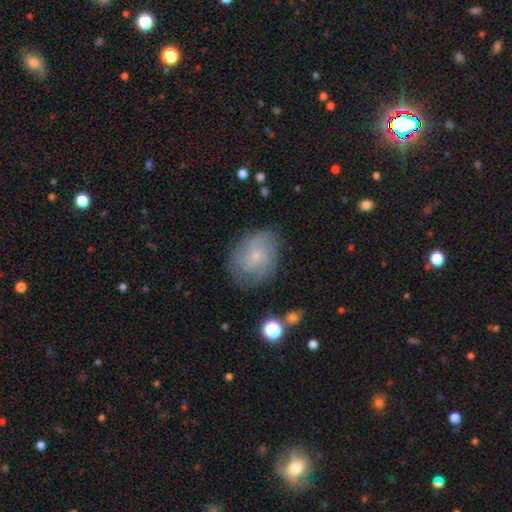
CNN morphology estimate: Smooth or featured?
  - featured or disk: 55% *
  - smooth: 35%
  - star or artifact: 10%
Edge-on disk?
  - no: 97% *
  - yes: 3%
Bar?
  - no: 74% *
  - weak: 23%
  - strong: 3%
Spiral arms?
  - yes: 80% *
  - no: 20%
Bulge size?
  - small: 75% *
  - moderate: 17%
  - none: 6%
  - large: 1%
  - dominant: 1%
Merging?
  - none: 67% *
  - minor disturbance: 22%
  - major disturbance: 9%
  - merger: 2%